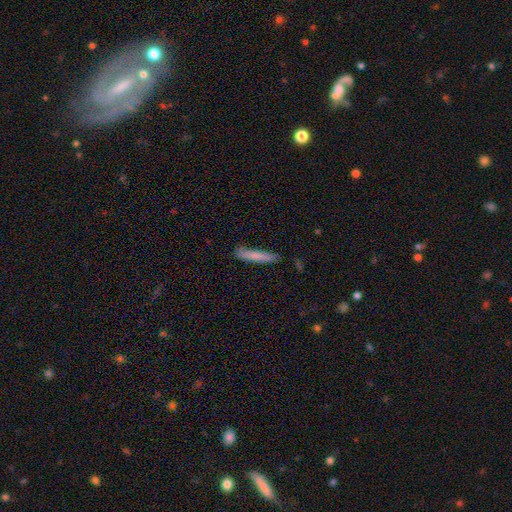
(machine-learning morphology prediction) smooth-or-featured: smooth: 78% | featured or disk: 16% | star or artifact: 6%
  how-rounded: cigar-shaped: 93% | in between: 6% | round: 1%
  merging: none: 83% | minor disturbance: 13% | major disturbance: 2% | merger: 2%